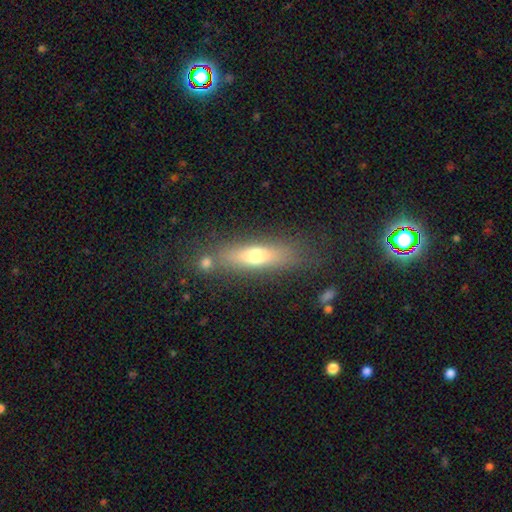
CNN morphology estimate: Smooth or featured?
  - smooth: 61% *
  - featured or disk: 31%
  - star or artifact: 8%
How rounded?
  - cigar-shaped: 64% *
  - in between: 33%
  - round: 3%
Merging?
  - none: 72% *
  - minor disturbance: 14%
  - merger: 9%
  - major disturbance: 5%